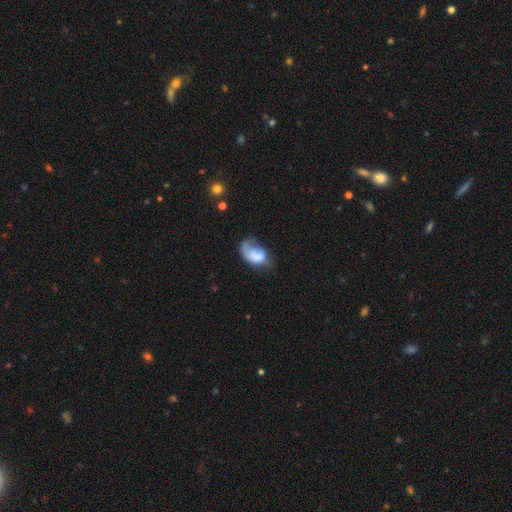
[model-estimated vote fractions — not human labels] Smooth or featured? smooth (61%)
How rounded? in between (88%)
Merging? major disturbance (43%)